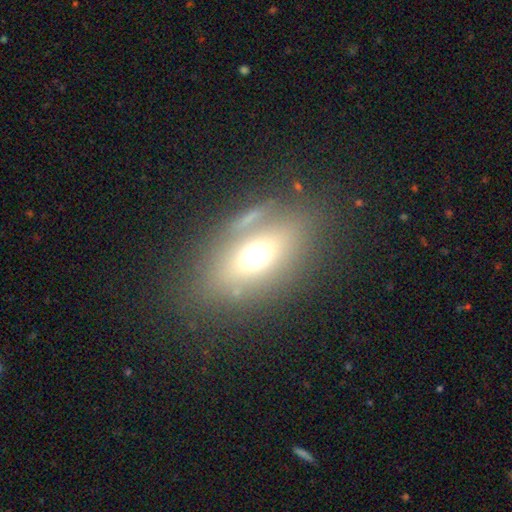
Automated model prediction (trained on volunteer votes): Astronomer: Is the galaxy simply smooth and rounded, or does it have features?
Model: smooth — 53% (runner-up: featured or disk, 29%).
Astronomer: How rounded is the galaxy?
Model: in between — 76%.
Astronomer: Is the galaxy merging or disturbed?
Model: none — 74%.